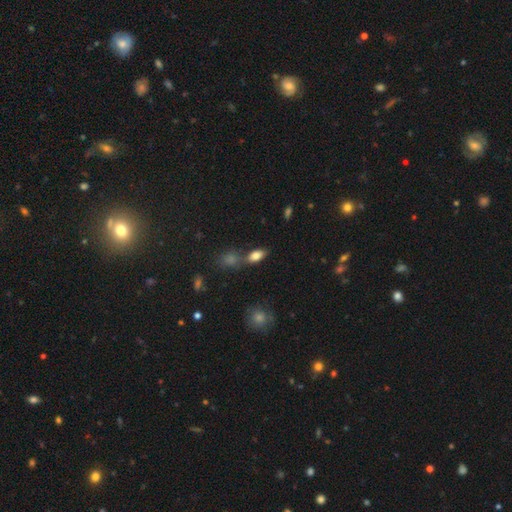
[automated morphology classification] A smooth galaxy with no disk features (78%) that is in between round and cigar-shaped (86%). Merging: none (59%).